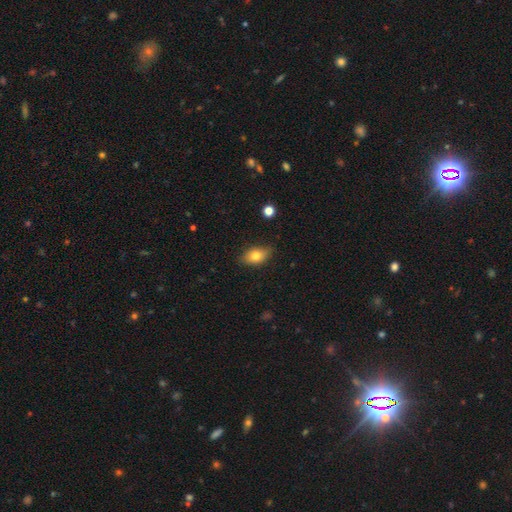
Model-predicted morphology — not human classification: Smooth or featured? Predicted: smooth (p=0.76). How rounded? Predicted: in between (p=0.84). Merging? Predicted: none (p=0.80).